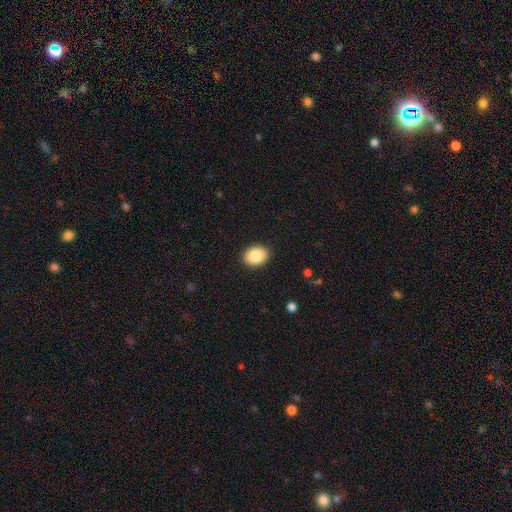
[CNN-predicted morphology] The model was most divided on "how rounded": in between: 63%, round: 37%, cigar-shaped: 1%. More confident: merging — none (91%); smooth or featured — smooth (86%).